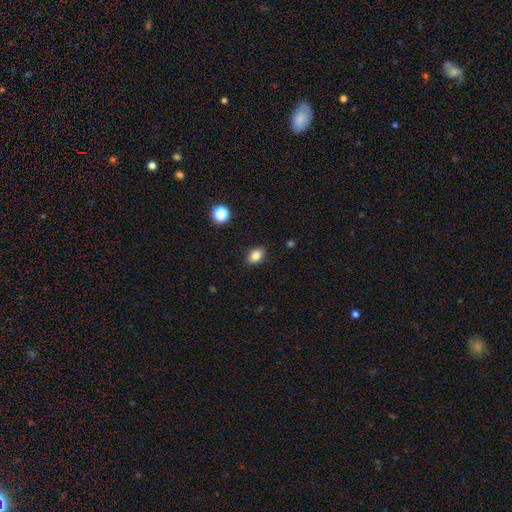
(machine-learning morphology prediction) smooth_or_featured: smooth (p=0.83) [alt: star or artifact p=0.10]
how_rounded: in between (p=0.73) [alt: round p=0.26]
merging: none (p=0.88) [alt: minor disturbance p=0.09]